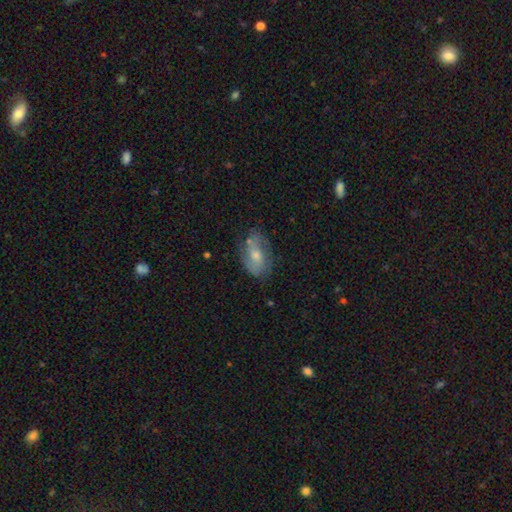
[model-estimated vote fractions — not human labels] Q: Smooth or featured?
A: featured or disk (58%); runner-up: smooth (32%)
Q: Edge-on disk?
A: no (94%); runner-up: yes (6%)
Q: Bar?
A: no (62%); runner-up: weak (31%)
Q: Spiral arms?
A: yes (77%); runner-up: no (23%)
Q: Bulge size?
A: moderate (56%); runner-up: small (35%)
Q: Merging?
A: none (68%); runner-up: minor disturbance (22%)